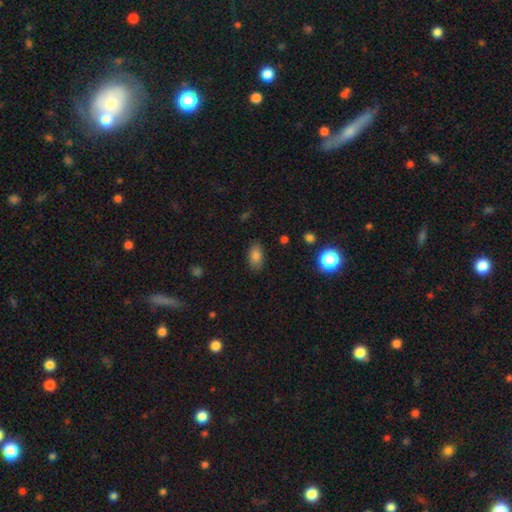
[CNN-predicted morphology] smooth 82%, star or artifact 11%, featured or disk 7%. Down the decision tree: how rounded — in between (89%); merging — none (86%).